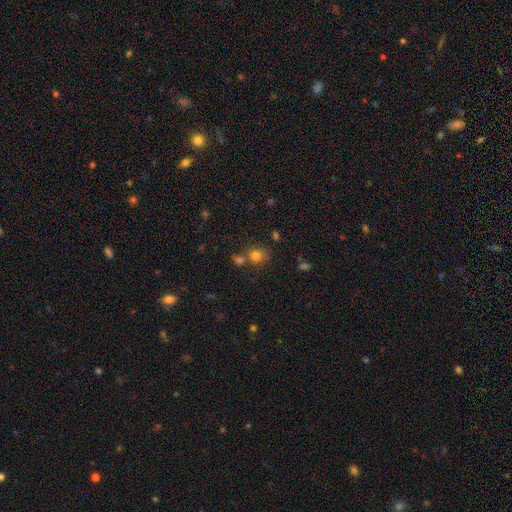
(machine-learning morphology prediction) type=smooth (76%); roundness=round (68%); merging=none (55%).